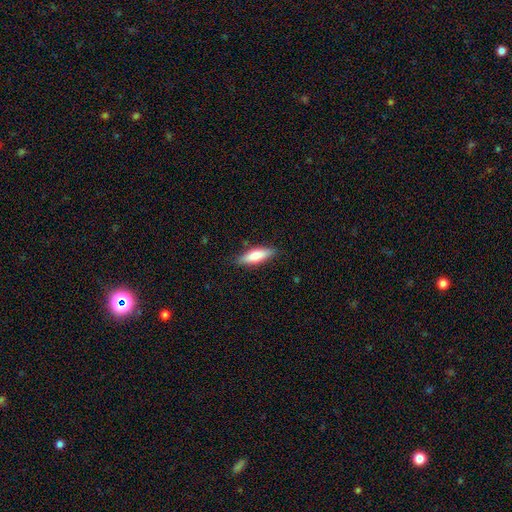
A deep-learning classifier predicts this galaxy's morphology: A smooth galaxy with no disk features (75%) that is in between round and cigar-shaped (54%). Merging: none (84%).